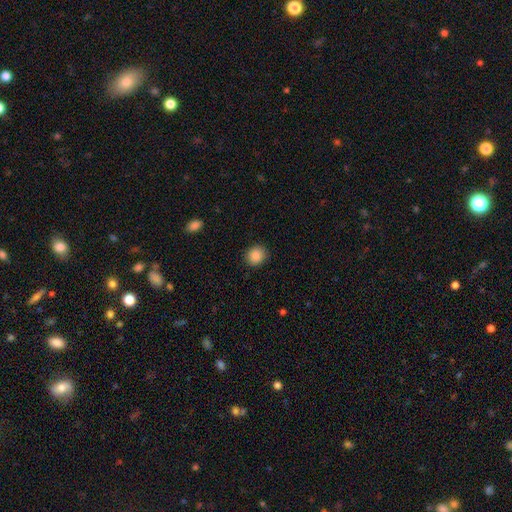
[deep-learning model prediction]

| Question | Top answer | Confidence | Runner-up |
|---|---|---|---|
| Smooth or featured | smooth | 88% | star or artifact (9%) |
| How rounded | round | 79% | in between (20%) |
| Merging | none | 89% | minor disturbance (8%) |